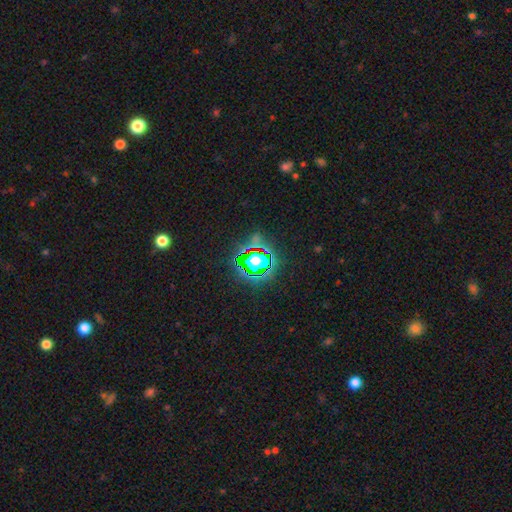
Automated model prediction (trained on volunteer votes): A star or artifact, not a galaxy (79%).

Vote fractions:
- Smooth or featured? star or artifact: 79% / smooth: 14% / featured or disk: 8%